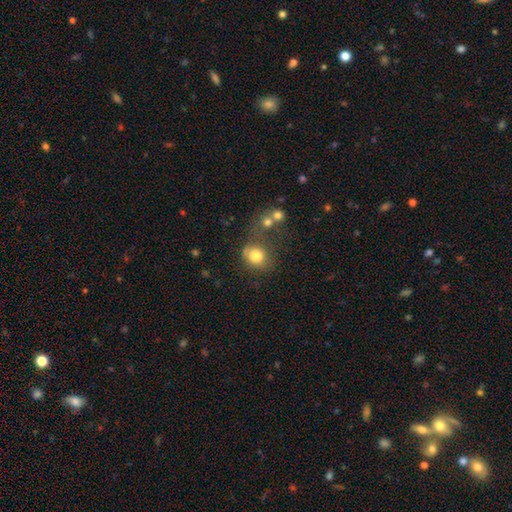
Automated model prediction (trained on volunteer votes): This appears to be a smooth galaxy with no disk features (80%) that is round (72%). Merging: none (49%).